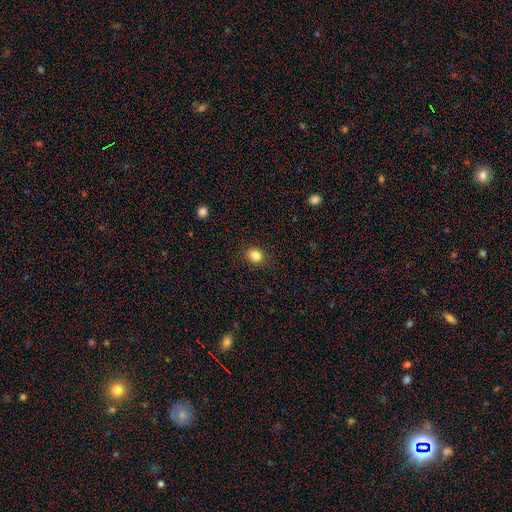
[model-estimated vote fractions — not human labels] Smooth or featured? Predicted: smooth (p=0.84). How rounded? Predicted: round (p=0.65). Merging? Predicted: none (p=0.88).